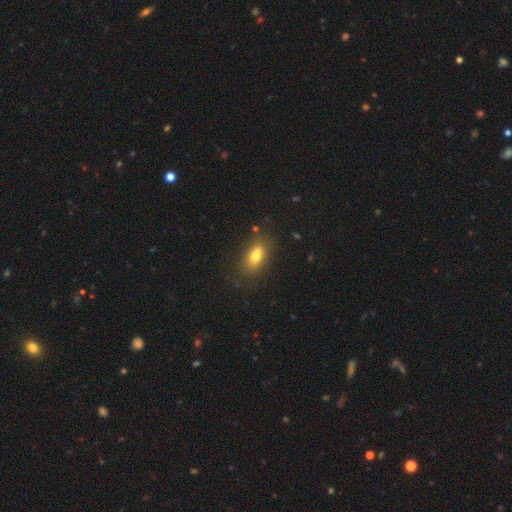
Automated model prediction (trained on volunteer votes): Q: Smooth or featured?
A: smooth (73%); runner-up: featured or disk (16%)
Q: How rounded?
A: in between (83%); runner-up: round (11%)
Q: Merging?
A: none (63%); runner-up: minor disturbance (16%)